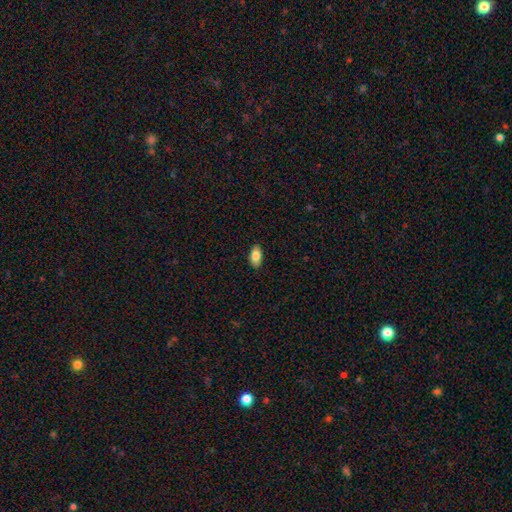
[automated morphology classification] This is clearly a smooth galaxy (83%). How rounded: clearly in between (92%). Merging: clearly none (88%).